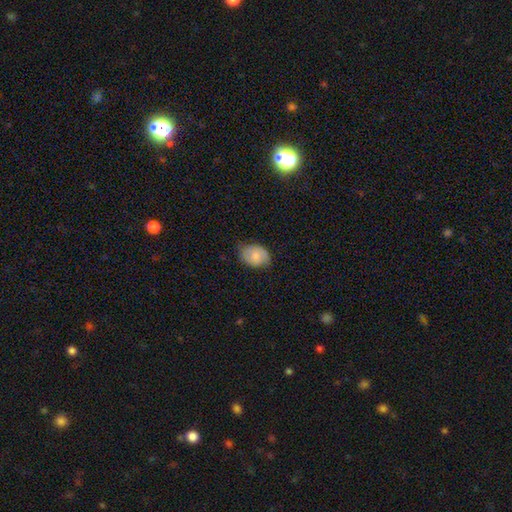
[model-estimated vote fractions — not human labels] This appears to be a smooth galaxy with no disk features (74%) that is in between round and cigar-shaped (73%). Merging: none (68%).